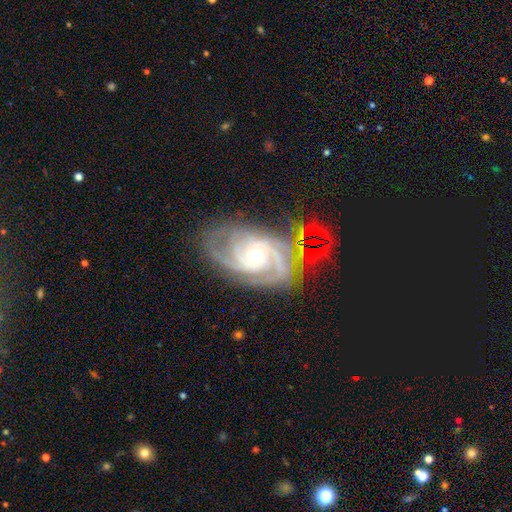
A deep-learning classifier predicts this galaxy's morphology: Overall: featured or disk (90%). Edge-on disk: no (96%). Bar: no (66%). Spiral arms: yes (98%). Spiral arm count: 3 (39%; 4 19%). Spiral winding: tight (66%; medium 30%). Bulge size: moderate (57%; small 39%). Merging: none (71%).